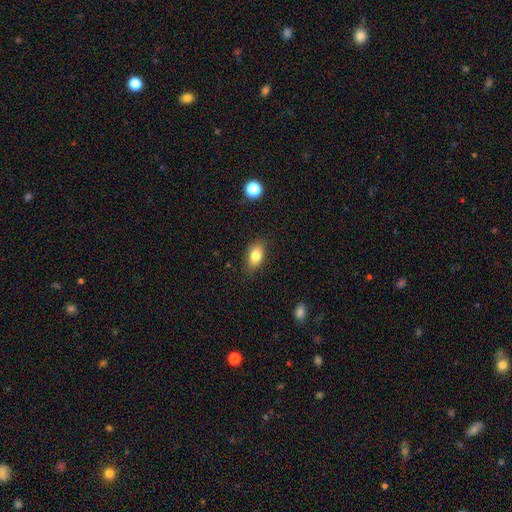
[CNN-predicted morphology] Smooth or featured? Predicted: smooth (p=0.82). How rounded? Predicted: in between (p=0.85). Merging? Predicted: none (p=0.85).